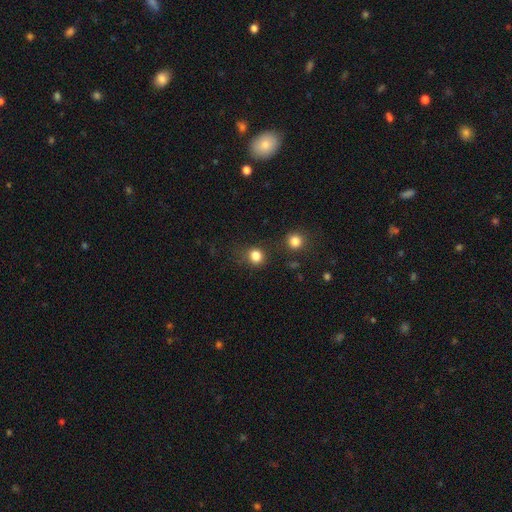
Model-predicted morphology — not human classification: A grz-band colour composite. It shows a smooth galaxy with no disk features (82%) that is round (82%). Merging: none (75%).